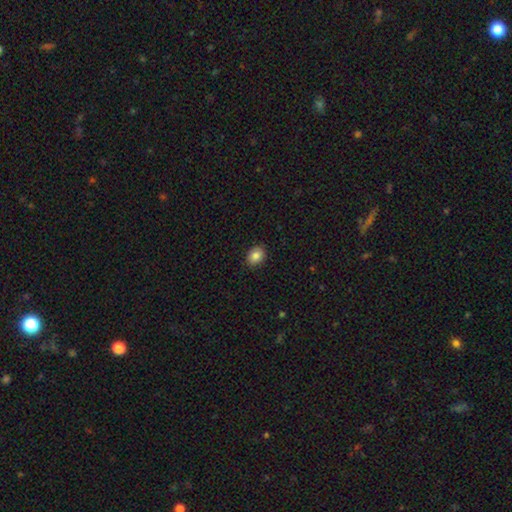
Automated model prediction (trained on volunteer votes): A smooth galaxy with no disk features (85%) that is in between round and cigar-shaped (56%).

Vote fractions:
- Smooth or featured? smooth: 85% / star or artifact: 9% / featured or disk: 6%
- How rounded? in between: 56% / round: 44% / cigar-shaped: 1%
- Merging? none: 89% / minor disturbance: 8% / major disturbance: 2% / merger: 1%